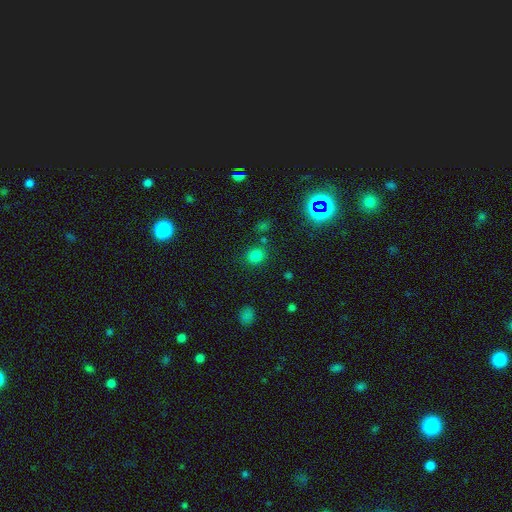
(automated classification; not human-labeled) Smooth or featured? Predicted: smooth (p=0.76). How rounded? Predicted: round (p=0.76). Merging? Predicted: none (p=0.80).